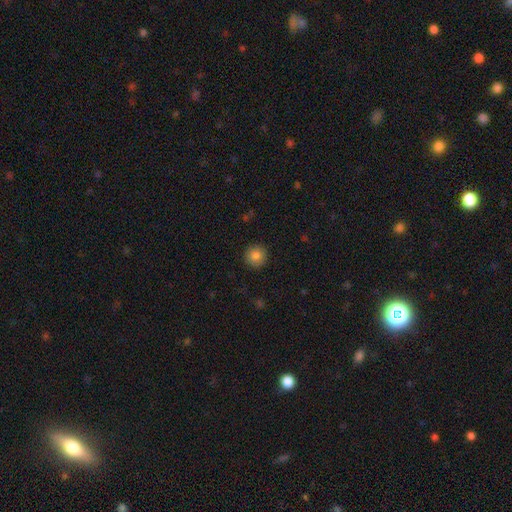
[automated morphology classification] smooth 84%, star or artifact 9%, featured or disk 8%. Down the decision tree: how rounded — round (95%); merging — none (91%).